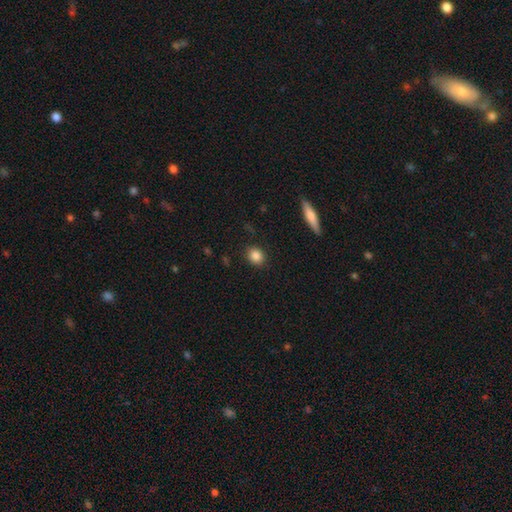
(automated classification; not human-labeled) smooth 86%, star or artifact 9%, featured or disk 5%. Down the decision tree: how rounded — round (70%); merging — none (88%).